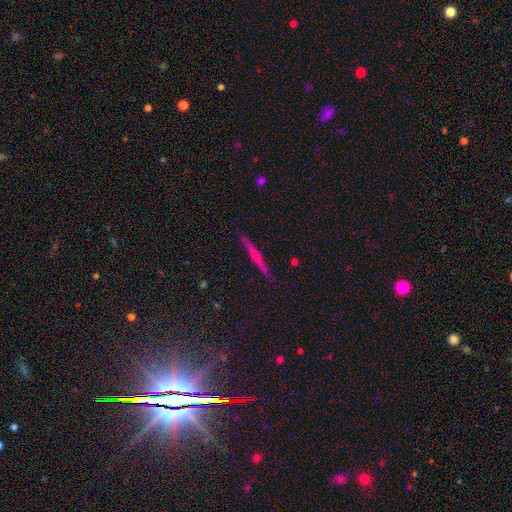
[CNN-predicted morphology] Overall: featured or disk (60%; smooth 29%). Edge-on disk: yes (98%). Edge-on bulge: rounded (59%; none 32%). Merging: none (92%).